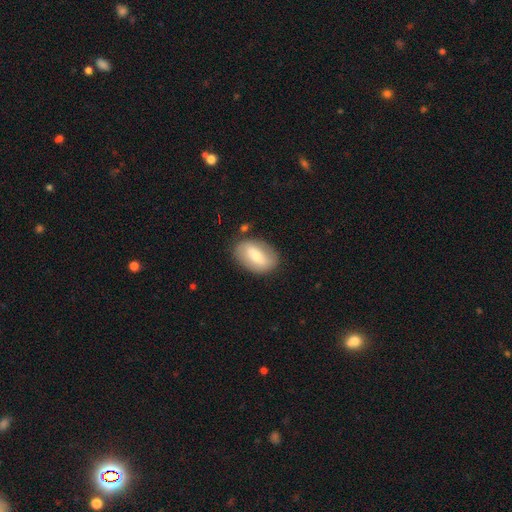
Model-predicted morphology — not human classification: The model was most divided on "smooth or featured": smooth: 55%, featured or disk: 39%, star or artifact: 6%. More confident: how rounded — in between (87%); merging — none (81%).